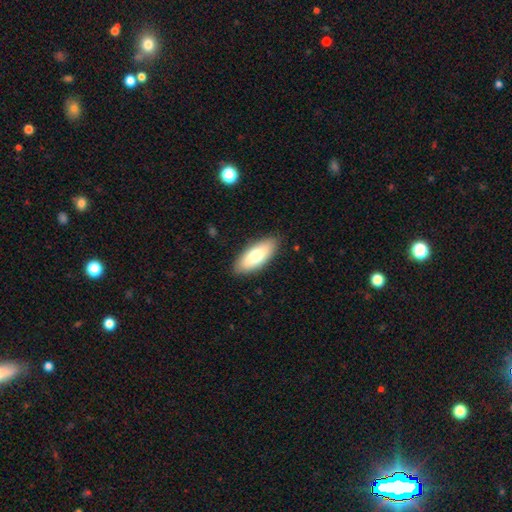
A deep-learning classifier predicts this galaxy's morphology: Smooth or featured? smooth (73%)
How rounded? in between (81%)
Merging? none (87%)